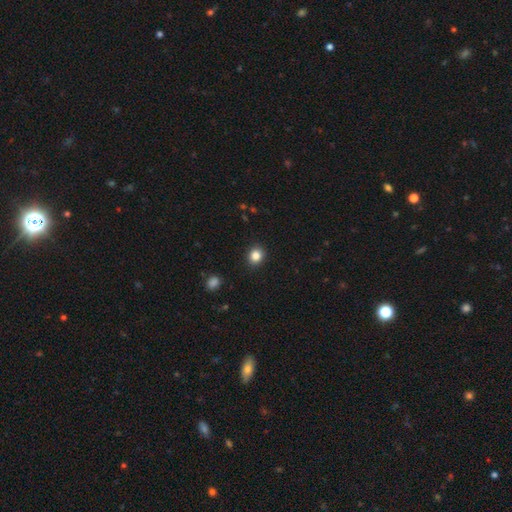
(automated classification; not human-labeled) Smooth or featured? smooth (84%)
How rounded? round (78%)
Merging? none (90%)